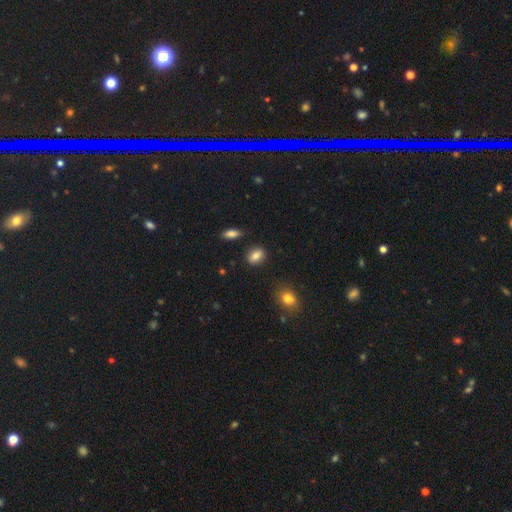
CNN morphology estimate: Overall: smooth (83%). How rounded: in between (69%). Merging: none (86%).